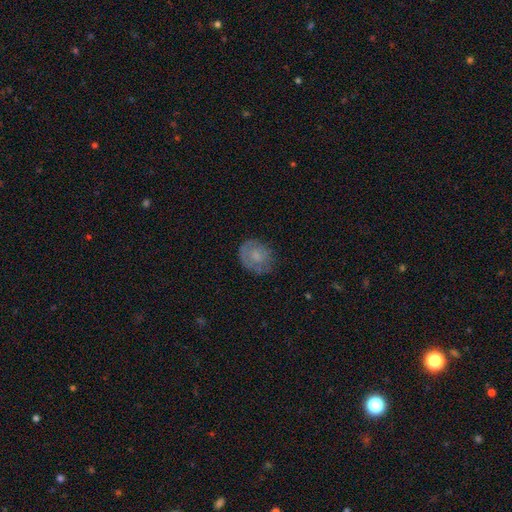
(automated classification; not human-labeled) Smooth or featured? Predicted: smooth (p=0.61). How rounded? Predicted: round (p=0.67). Merging? Predicted: none (p=0.67).